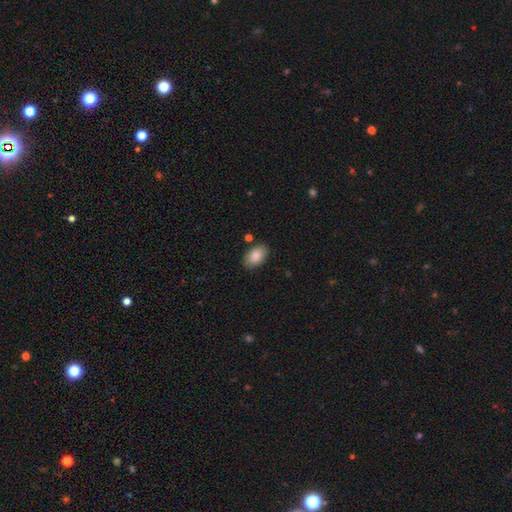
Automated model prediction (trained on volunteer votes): The model was most divided on "merging": none: 85%, minor disturbance: 10%, major disturbance: 2%, merger: 2%. More confident: how rounded — in between (92%); smooth or featured — smooth (88%).